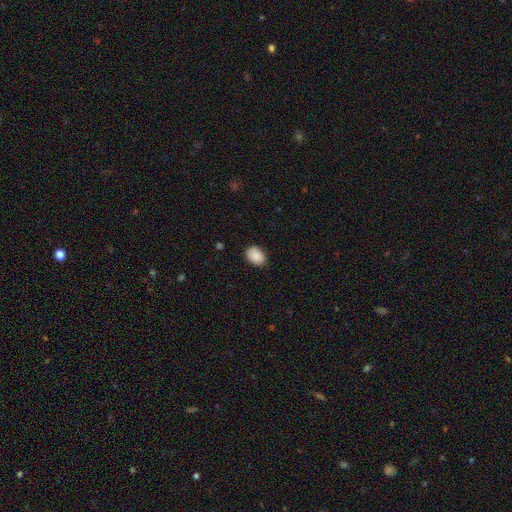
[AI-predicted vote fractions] Morphology: type=smooth (89%); roundness=in between (80%); merging=none (85%).